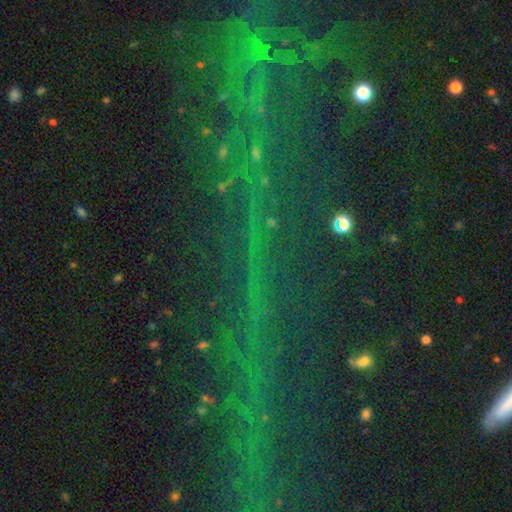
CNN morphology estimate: Smooth or featured?
  - star or artifact: 76% *
  - smooth: 13%
  - featured or disk: 10%